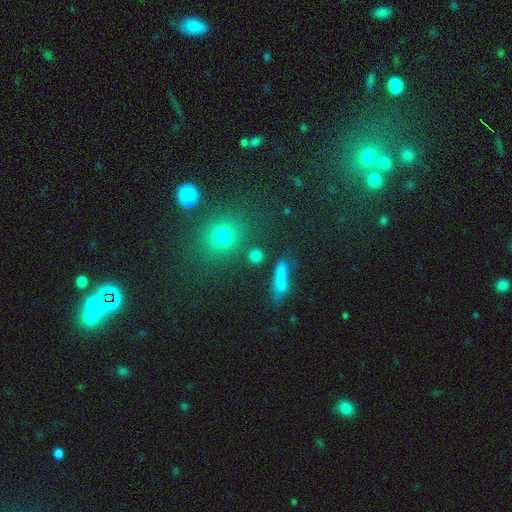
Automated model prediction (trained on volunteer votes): Smooth or featured? smooth (74%)
How rounded? round (74%)
Merging? none (75%)